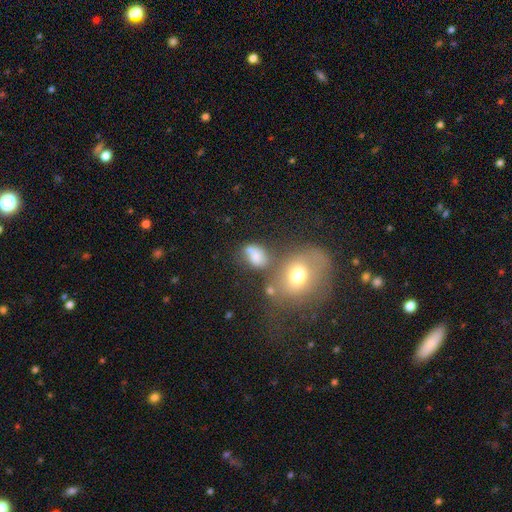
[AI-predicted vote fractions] This is likely a smooth galaxy (69%). How rounded: likely in between (70%). Merging: marginally none (41%).